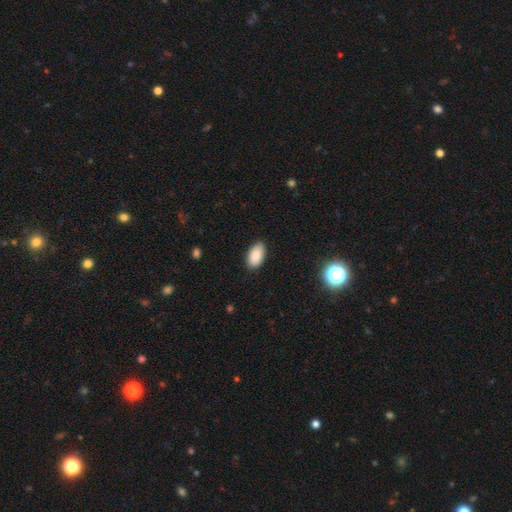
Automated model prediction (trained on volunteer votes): Smooth or featured? smooth (87%)
How rounded? in between (95%)
Merging? none (85%)